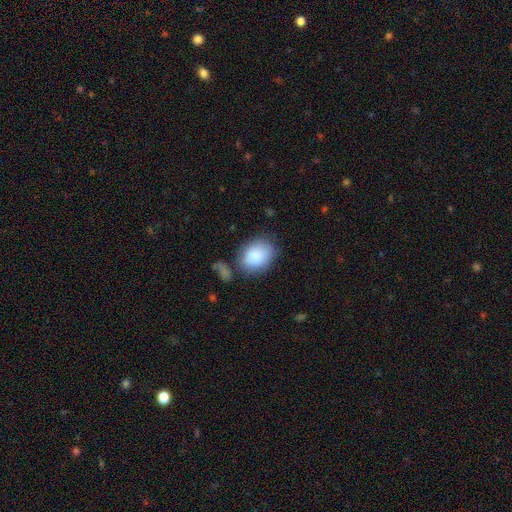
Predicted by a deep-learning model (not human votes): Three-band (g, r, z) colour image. It shows a smooth galaxy with no disk features (87%) that is in between round and cigar-shaped (65%). Merging: none (65%).